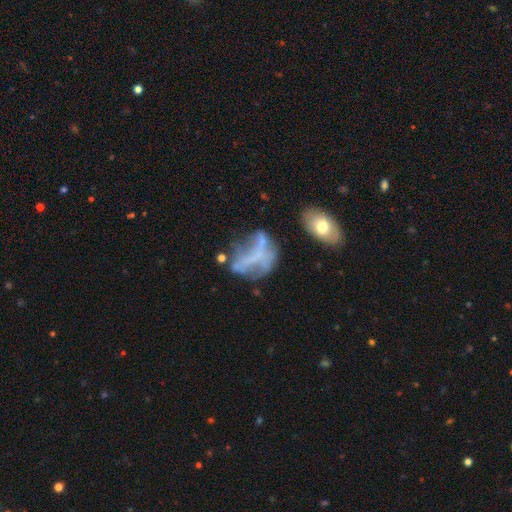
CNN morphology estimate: This appears to be a featured or disk galaxy (53%). Merging: major disturbance (36%).